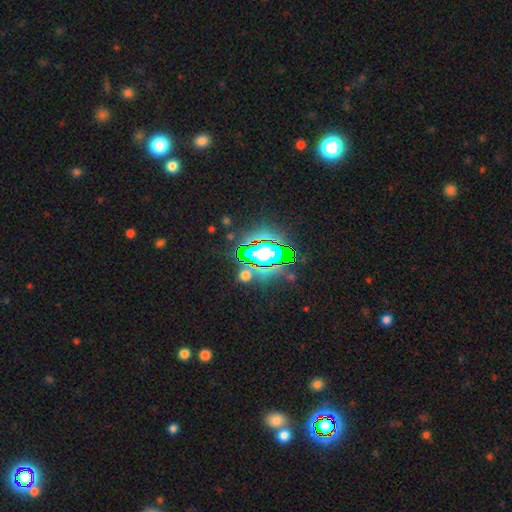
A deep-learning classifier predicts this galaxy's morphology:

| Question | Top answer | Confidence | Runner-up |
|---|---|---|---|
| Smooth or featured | star or artifact | 83% | smooth (10%) |